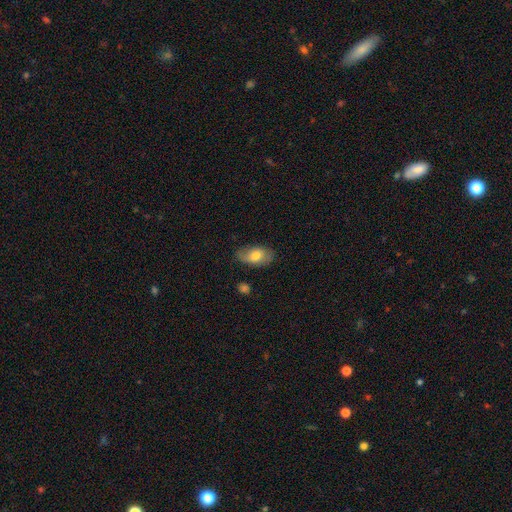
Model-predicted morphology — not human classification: Smooth or featured: smooth — 68% (featured or disk — 25%)
How rounded: in between — 93% (round — 5%)
Merging: none — 73% (minor disturbance — 21%)